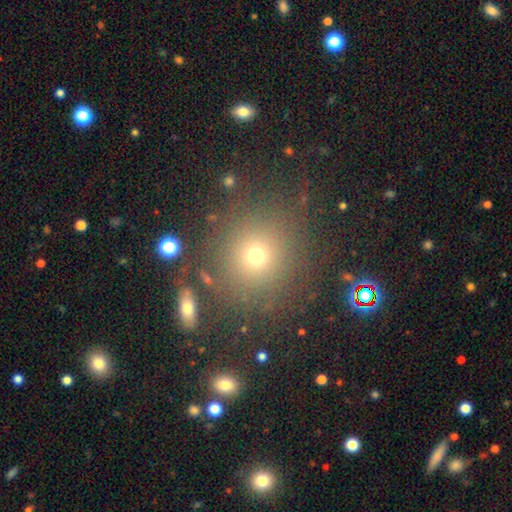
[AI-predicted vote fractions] Smooth or featured? smooth (65%)
How rounded? round (91%)
Merging? none (83%)